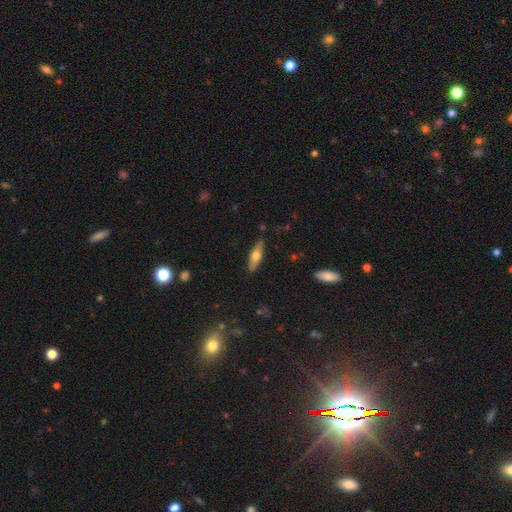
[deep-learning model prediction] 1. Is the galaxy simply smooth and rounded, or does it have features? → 58% smooth, 36% featured or disk, 6% star or artifact.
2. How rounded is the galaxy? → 56% cigar-shaped, 41% in between, 2% round.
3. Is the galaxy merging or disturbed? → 86% none, 10% minor disturbance, 2% major disturbance, 2% merger.